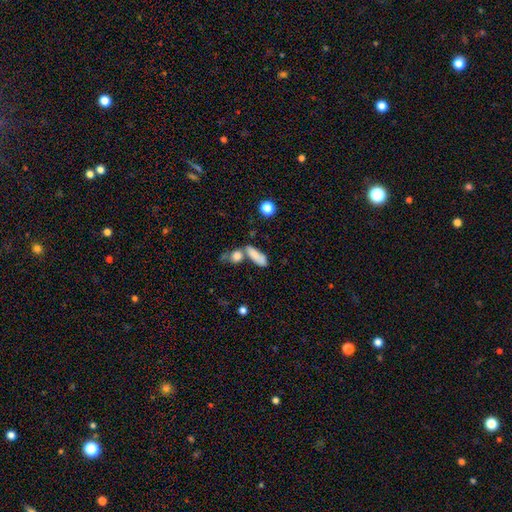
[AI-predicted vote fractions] The model was most divided on "merging": merger: 41%, none: 37%, minor disturbance: 14%, major disturbance: 8%. More confident: smooth or featured — smooth (78%); how rounded — in between (66%).